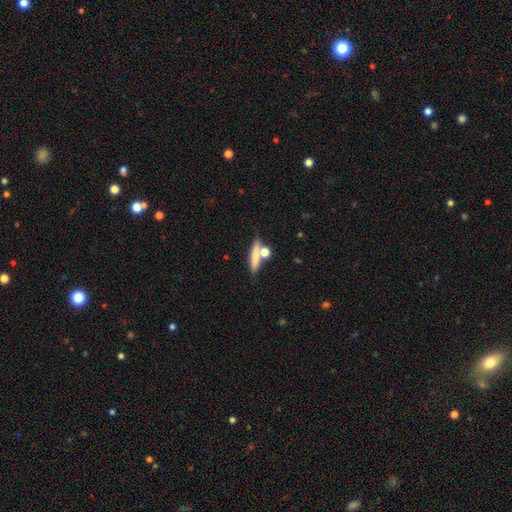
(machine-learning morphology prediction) Smooth or featured? smooth (73%)
How rounded? cigar-shaped (67%)
Merging? none (62%)